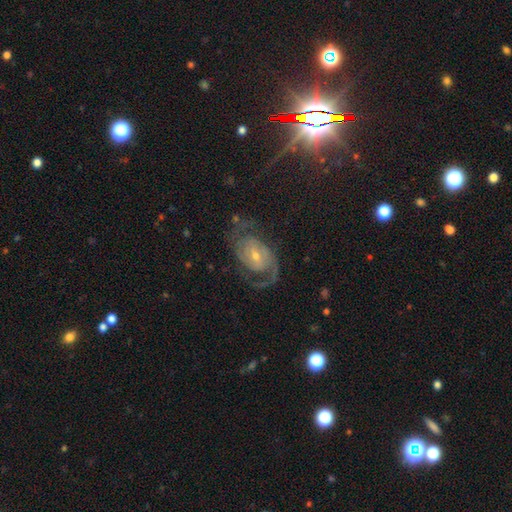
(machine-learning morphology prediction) Q: Smooth or featured?
A: featured or disk (83%); runner-up: star or artifact (9%)
Q: Edge-on disk?
A: no (97%); runner-up: yes (3%)
Q: Bar?
A: no (50%); runner-up: weak (37%)
Q: Spiral arms?
A: yes (95%); runner-up: no (5%)
Q: Spiral winding?
A: medium (47%); runner-up: tight (35%)
Q: Spiral arm count?
A: 2 (79%); runner-up: can't tell (9%)
Q: Bulge size?
A: small (62%); runner-up: moderate (32%)
Q: Merging?
A: none (68%); runner-up: minor disturbance (16%)